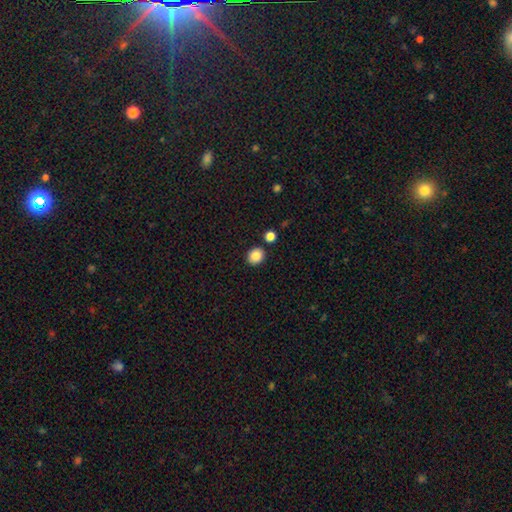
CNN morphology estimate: smooth-or-featured: smooth: 87% | star or artifact: 9% | featured or disk: 4%
  how-rounded: round: 75% | in between: 24% | cigar-shaped: 1%
  merging: none: 86% | minor disturbance: 7% | merger: 5% | major disturbance: 2%